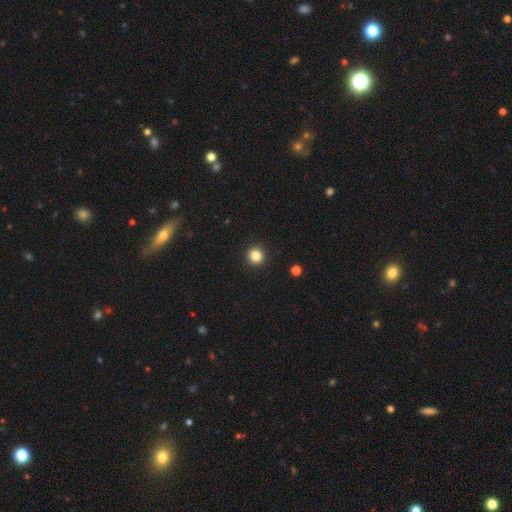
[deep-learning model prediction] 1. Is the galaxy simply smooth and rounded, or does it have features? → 84% smooth, 12% star or artifact, 4% featured or disk.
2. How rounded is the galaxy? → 94% round, 5% in between, 1% cigar-shaped.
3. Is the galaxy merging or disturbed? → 93% none, 4% minor disturbance, 2% major disturbance, 1% merger.